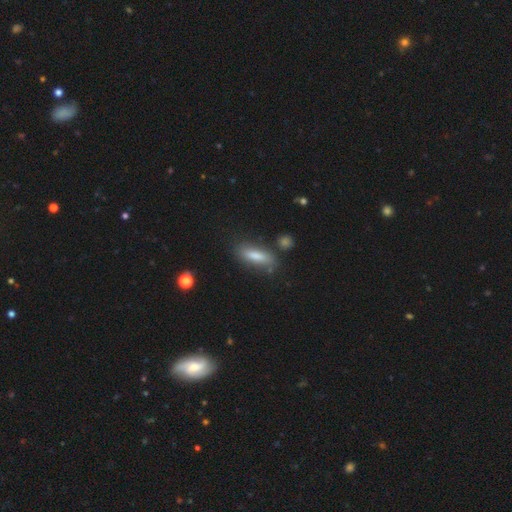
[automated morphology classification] Smooth or featured? smooth (69%)
How rounded? cigar-shaped (50%)
Merging? none (71%)